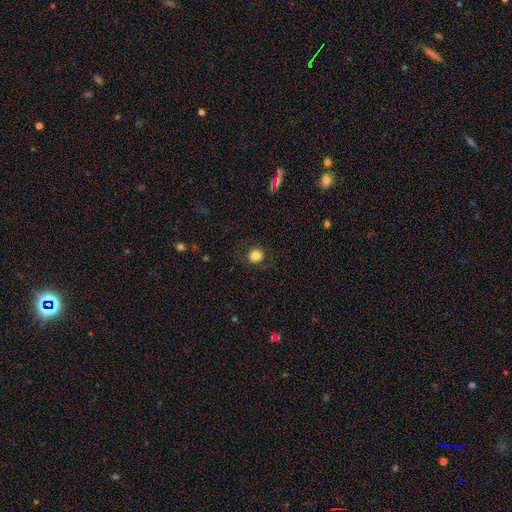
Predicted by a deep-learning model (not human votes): The model was most divided on "smooth or featured": smooth: 83%, star or artifact: 11%, featured or disk: 6%. More confident: how rounded — round (89%); merging — none (88%).